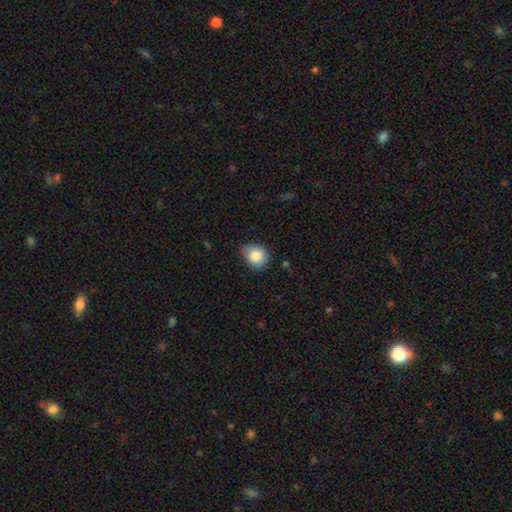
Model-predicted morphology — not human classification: A smooth galaxy with no disk features (85%) that is round (74%).

Vote fractions:
- Smooth or featured? smooth: 85% / star or artifact: 8% / featured or disk: 7%
- How rounded? round: 74% / in between: 25% / cigar-shaped: 1%
- Merging? none: 67% / minor disturbance: 27% / major disturbance: 4% / merger: 2%